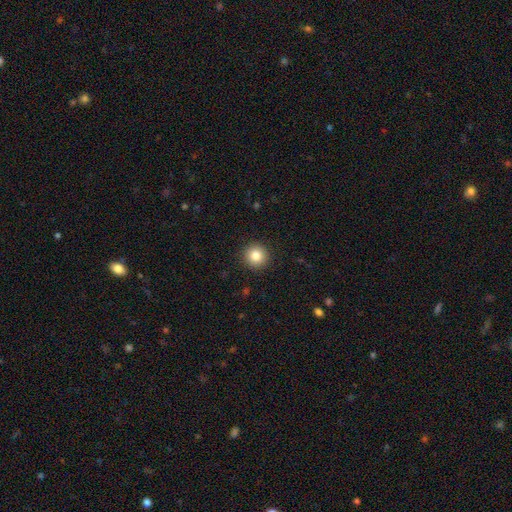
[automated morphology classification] smooth 84%, star or artifact 10%, featured or disk 6%. Down the decision tree: how rounded — round (95%); merging — none (92%).